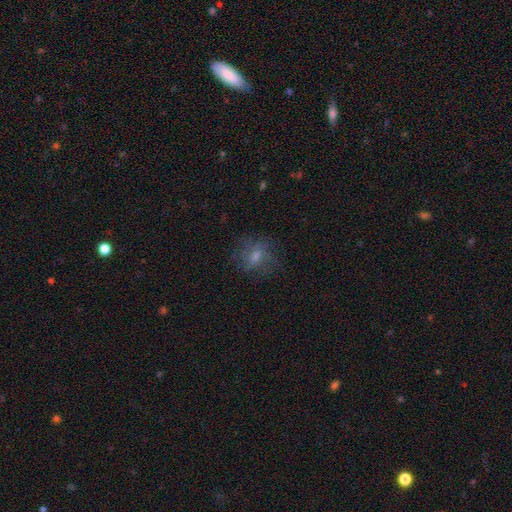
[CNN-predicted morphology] smooth-or-featured: smooth: 42% | featured or disk: 39% | star or artifact: 19%
  merging: none: 71% | minor disturbance: 17% | major disturbance: 12% | merger: 1%